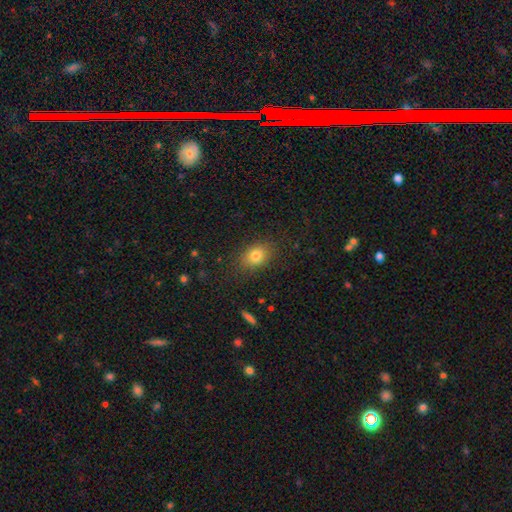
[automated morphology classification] A smooth galaxy with no disk features (80%) that is in between round and cigar-shaped (67%).

Vote fractions:
- Smooth or featured? smooth: 80% / star or artifact: 11% / featured or disk: 9%
- How rounded? in between: 67% / round: 32% / cigar-shaped: 2%
- Merging? none: 84% / minor disturbance: 11% / major disturbance: 4% / merger: 1%